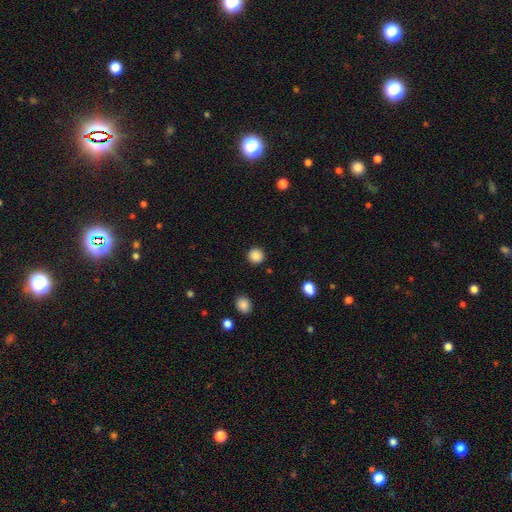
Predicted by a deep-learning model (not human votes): This appears to be a smooth galaxy with no disk features (87%) that is round (94%). Merging: none (91%).